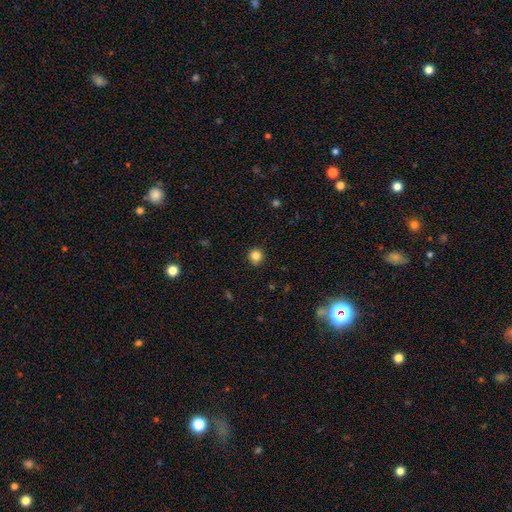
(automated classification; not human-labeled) A smooth galaxy with no disk features (84%) that is round (89%). Merging: none (88%).